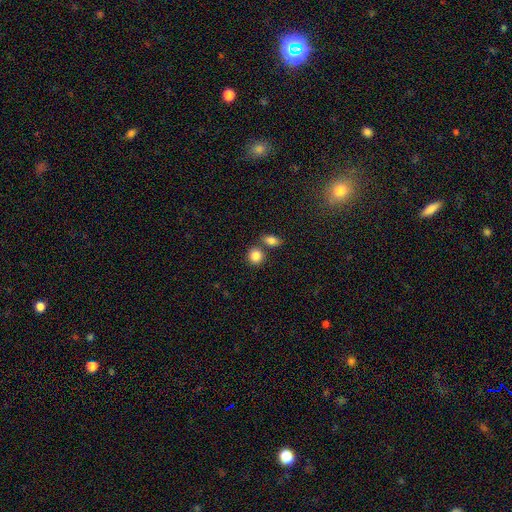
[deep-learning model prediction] Q: Smooth or featured?
A: smooth (85%); runner-up: star or artifact (9%)
Q: How rounded?
A: round (79%); runner-up: in between (20%)
Q: Merging?
A: none (64%); runner-up: merger (24%)